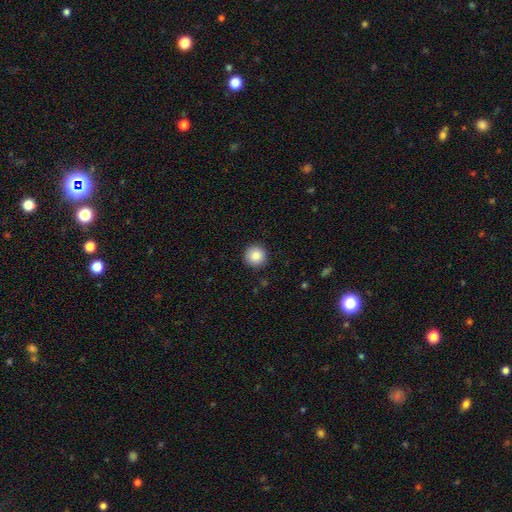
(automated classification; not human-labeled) The model was most divided on "smooth or featured": smooth: 86%, star or artifact: 9%, featured or disk: 5%. More confident: how rounded — round (95%); merging — none (92%).